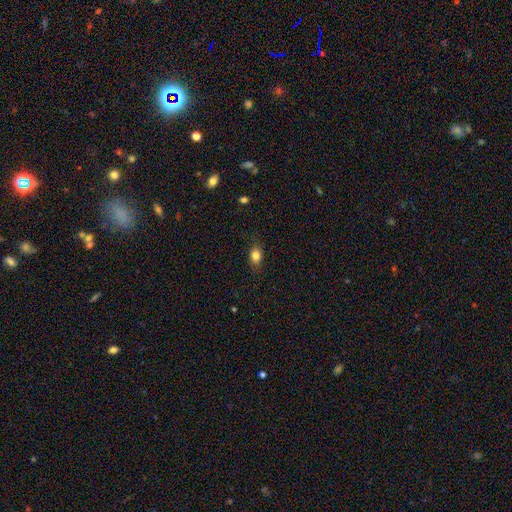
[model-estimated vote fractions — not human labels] A smooth galaxy with no disk features (83%) that is in between round and cigar-shaped (62%).

Vote fractions:
- Smooth or featured? smooth: 83% / star or artifact: 10% / featured or disk: 7%
- How rounded? in between: 62% / round: 36% / cigar-shaped: 2%
- Merging? none: 83% / minor disturbance: 13% / major disturbance: 3% / merger: 1%